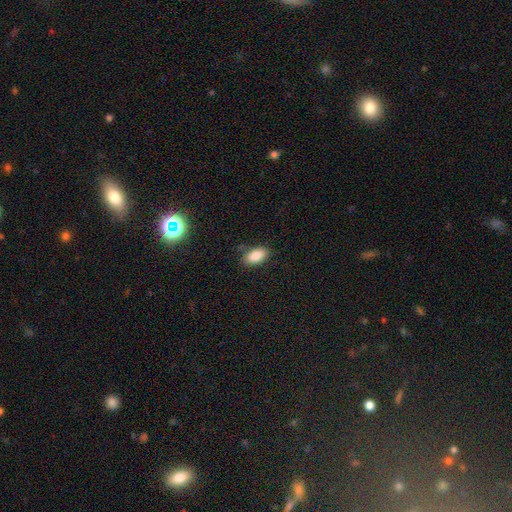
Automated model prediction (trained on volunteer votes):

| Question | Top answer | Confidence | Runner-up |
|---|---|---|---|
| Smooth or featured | smooth | 86% | star or artifact (8%) |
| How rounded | in between | 93% | round (4%) |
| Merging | none | 78% | minor disturbance (16%) |